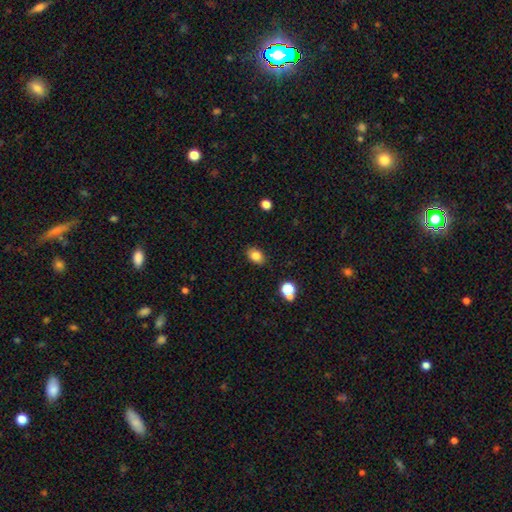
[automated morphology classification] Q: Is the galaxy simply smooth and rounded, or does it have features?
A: smooth — 82%.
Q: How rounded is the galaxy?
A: in between — 78%.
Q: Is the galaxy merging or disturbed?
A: none — 86%.